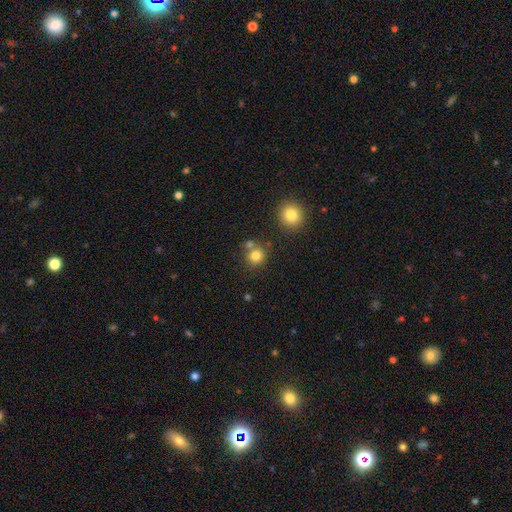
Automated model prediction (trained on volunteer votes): smooth_or_featured: smooth (p=0.80) [alt: star or artifact p=0.13]
how_rounded: round (p=0.88) [alt: in between p=0.11]
merging: none (p=0.69) [alt: merger p=0.18]